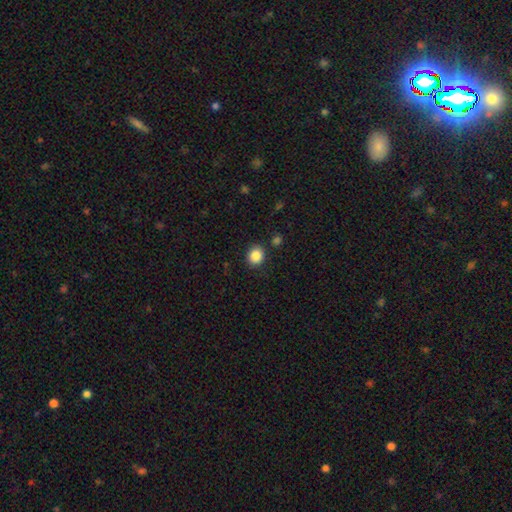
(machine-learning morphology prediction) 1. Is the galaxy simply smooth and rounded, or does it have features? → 86% smooth, 10% star or artifact, 4% featured or disk.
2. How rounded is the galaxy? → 78% round, 21% in between, 1% cigar-shaped.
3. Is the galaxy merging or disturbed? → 87% none, 8% minor disturbance, 3% merger, 2% major disturbance.